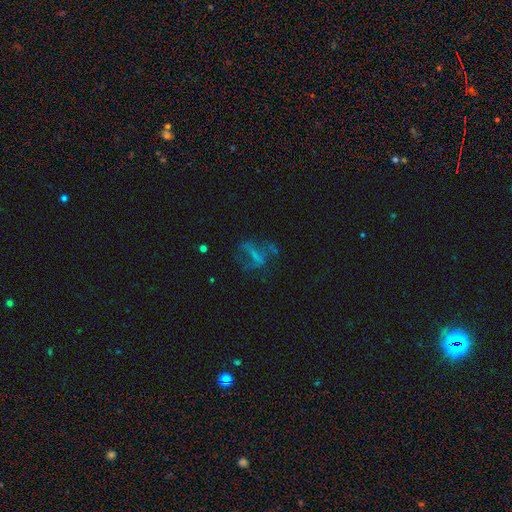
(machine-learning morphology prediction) Smooth or featured? featured or disk (47%)
Merging? none (42%)